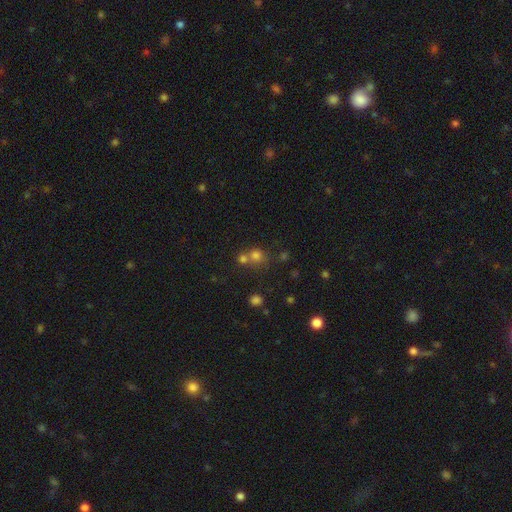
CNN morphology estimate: The model was most divided on "merging": none: 47%, merger: 43%, minor disturbance: 7%, major disturbance: 3%. More confident: how rounded — round (85%); smooth or featured — smooth (71%).